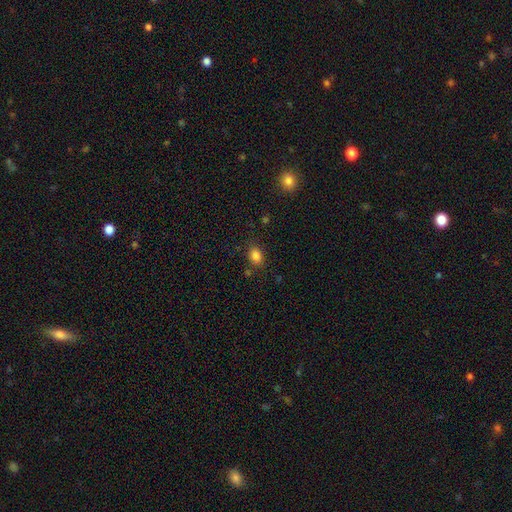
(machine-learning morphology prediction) This is clearly a smooth galaxy (84%). How rounded: likely in between (65%). Merging: likely none (79%).